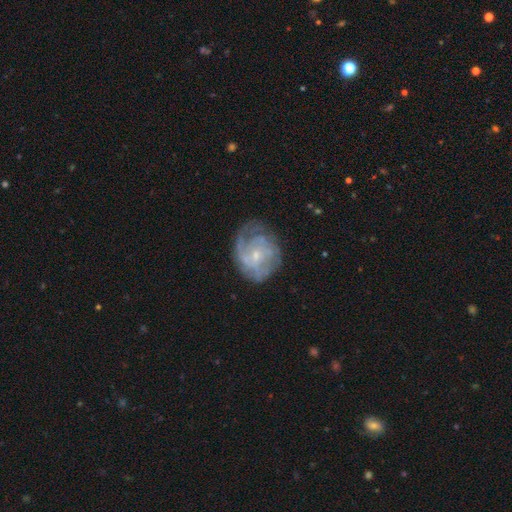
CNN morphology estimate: type=featured or disk (74%); edge-on=no (97%); bar=no (66%); spiral arms=yes (82%); winding=tight (52%); arm count=can't tell (50%); bulge=small (70%); merging=none (60%).